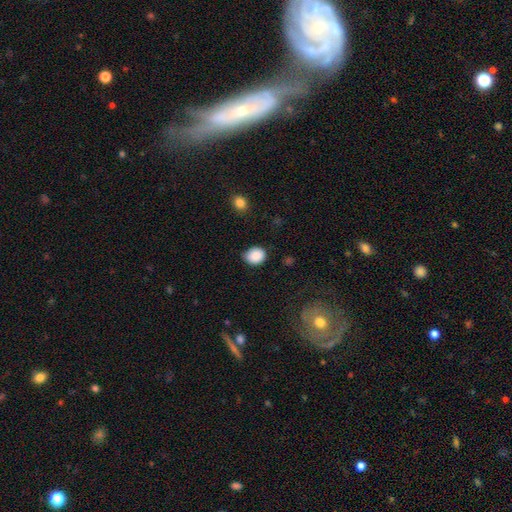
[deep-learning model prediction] smooth-or-featured: smooth: 88% | star or artifact: 8% | featured or disk: 4%
  how-rounded: round: 63% | in between: 36% | cigar-shaped: 1%
  merging: none: 73% | minor disturbance: 22% | major disturbance: 4% | merger: 2%